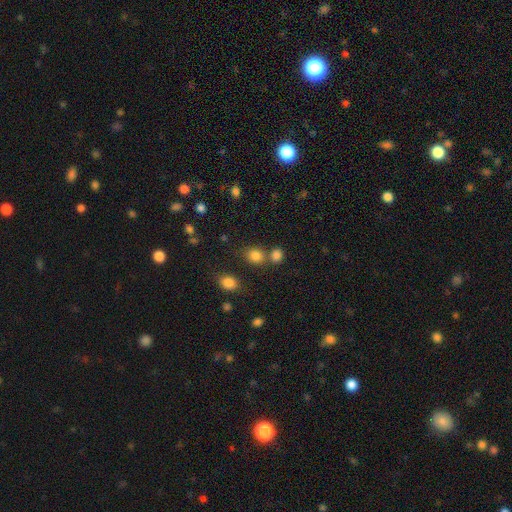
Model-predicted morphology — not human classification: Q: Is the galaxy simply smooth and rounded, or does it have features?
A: smooth — 81%.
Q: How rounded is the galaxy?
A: round — 67%.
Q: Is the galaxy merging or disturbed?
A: none — 63%.